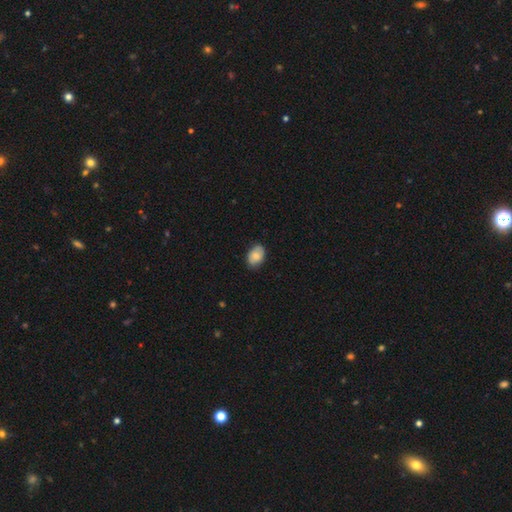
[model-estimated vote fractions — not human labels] Smooth or featured?
  - smooth: 82% *
  - featured or disk: 11%
  - star or artifact: 7%
How rounded?
  - in between: 84% *
  - round: 15%
  - cigar-shaped: 1%
Merging?
  - none: 81% *
  - minor disturbance: 15%
  - major disturbance: 2%
  - merger: 1%